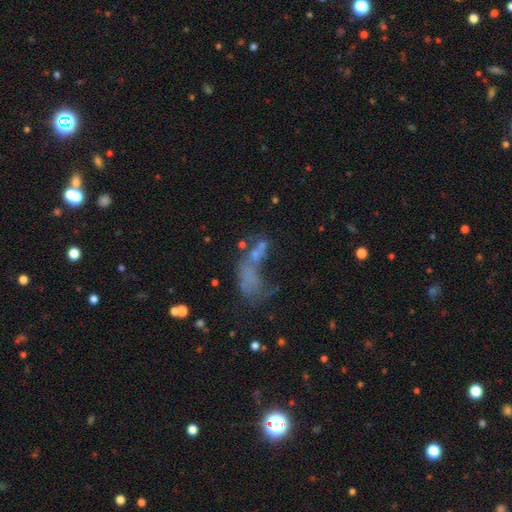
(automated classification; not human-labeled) The model was most divided on "merging" (2-way tie): merger: 34%, major disturbance: 34%, none: 20%, minor disturbance: 11%. Remaining: smooth or featured — smooth (41%).